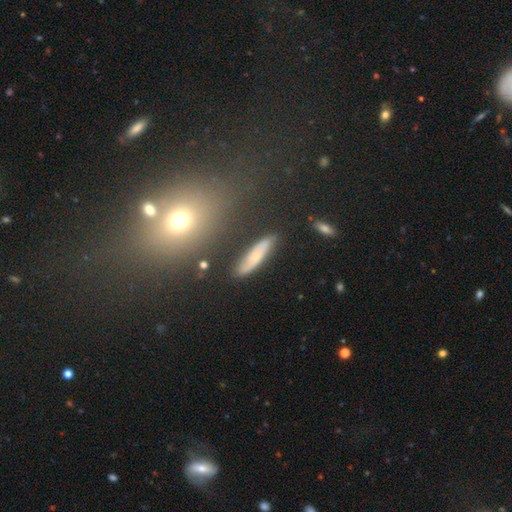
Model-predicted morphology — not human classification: A smooth galaxy with no disk features (49%).

Vote fractions:
- Smooth or featured? smooth: 49% / featured or disk: 43% / star or artifact: 8%
- Merging? none: 81% / minor disturbance: 13% / major disturbance: 3% / merger: 3%